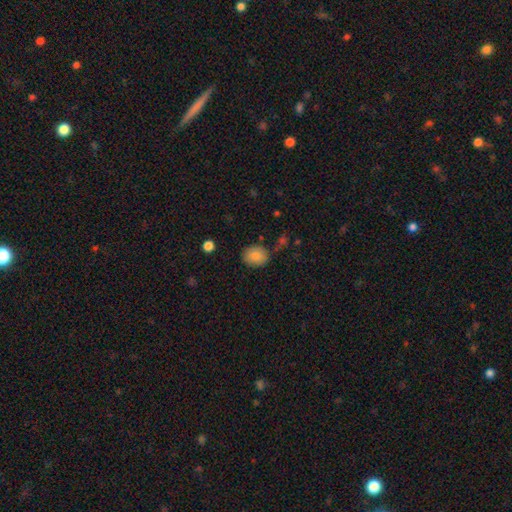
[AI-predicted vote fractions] Morphology: type=smooth (84%); roundness=round (56%); merging=none (77%).